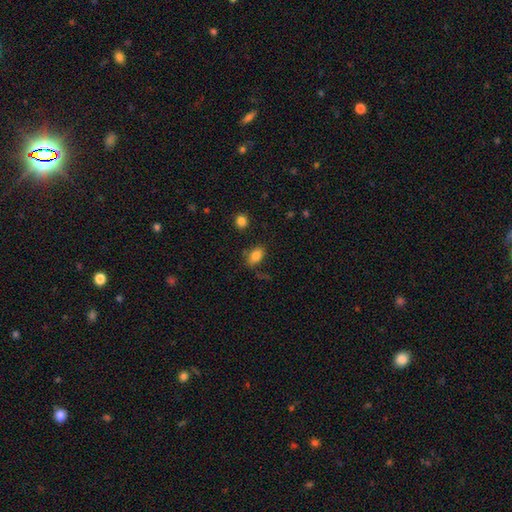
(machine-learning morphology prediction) smooth-or-featured: smooth: 82% | star or artifact: 9% | featured or disk: 8%
  how-rounded: in between: 85% | round: 12% | cigar-shaped: 3%
  merging: none: 72% | minor disturbance: 19% | major disturbance: 5% | merger: 4%